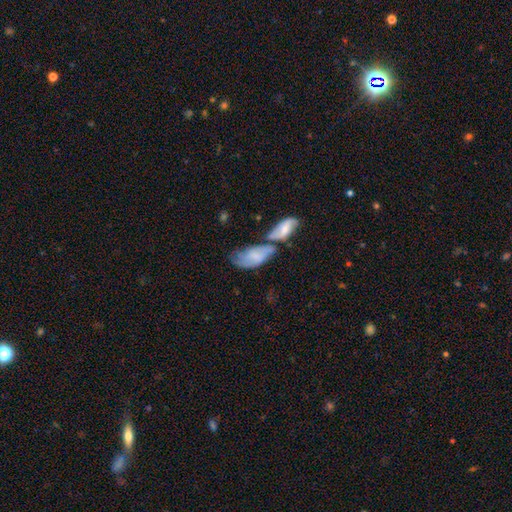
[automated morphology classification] type=smooth (56%); roundness=in between (88%); merging=merger (47%).